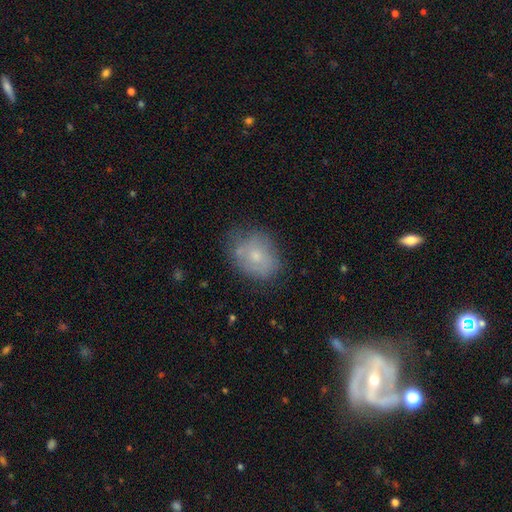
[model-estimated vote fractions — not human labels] smooth 61%, featured or disk 27%, star or artifact 12%. Down the decision tree: how rounded — in between (50%); merging — none (67%).